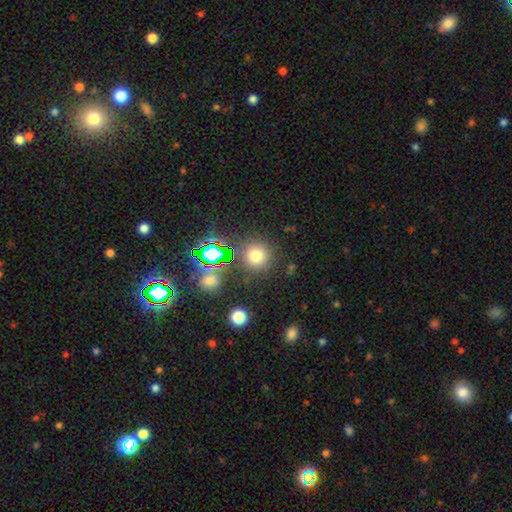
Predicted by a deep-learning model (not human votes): Overall: smooth (67%). How rounded: round (93%). Merging: none (83%).